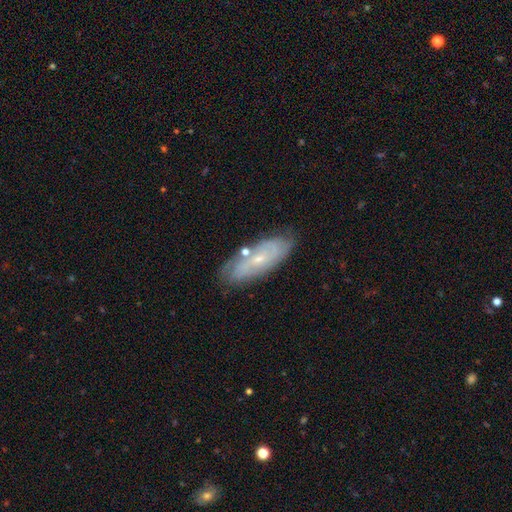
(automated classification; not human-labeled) Smooth or featured?
  - featured or disk: 54% *
  - smooth: 34%
  - star or artifact: 12%
Edge-on disk?
  - no: 73% *
  - yes: 27%
Merging?
  - none: 80% *
  - minor disturbance: 13%
  - merger: 4%
  - major disturbance: 3%